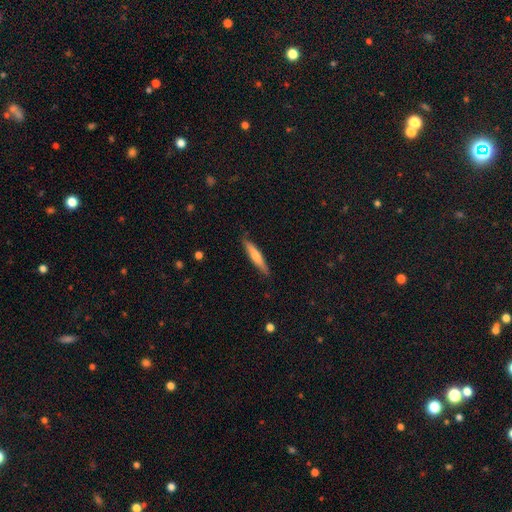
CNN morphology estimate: Smooth or featured?
  - smooth: 64% *
  - featured or disk: 31%
  - star or artifact: 5%
How rounded?
  - cigar-shaped: 89% *
  - in between: 9%
  - round: 1%
Merging?
  - none: 86% *
  - minor disturbance: 11%
  - major disturbance: 2%
  - merger: 1%